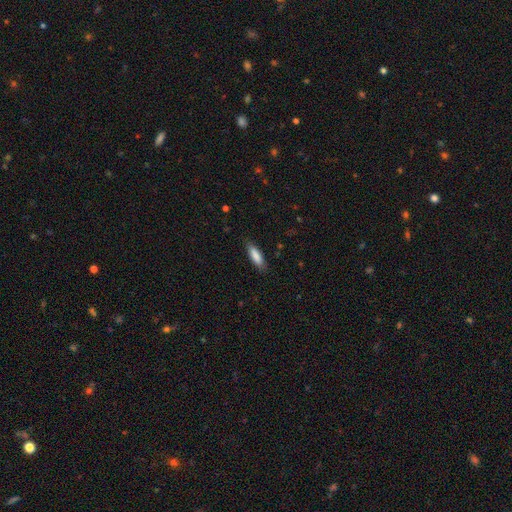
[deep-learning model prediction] Q: Smooth or featured?
A: smooth (84%); runner-up: featured or disk (10%)
Q: How rounded?
A: cigar-shaped (52%); runner-up: in between (46%)
Q: Merging?
A: none (83%); runner-up: minor disturbance (13%)